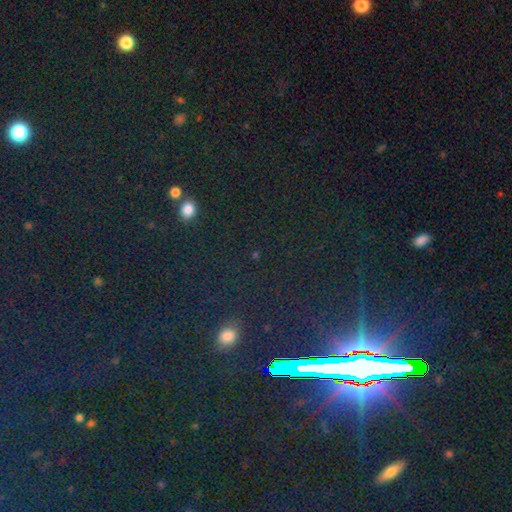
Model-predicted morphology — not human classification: Smooth or featured? star or artifact (73%)